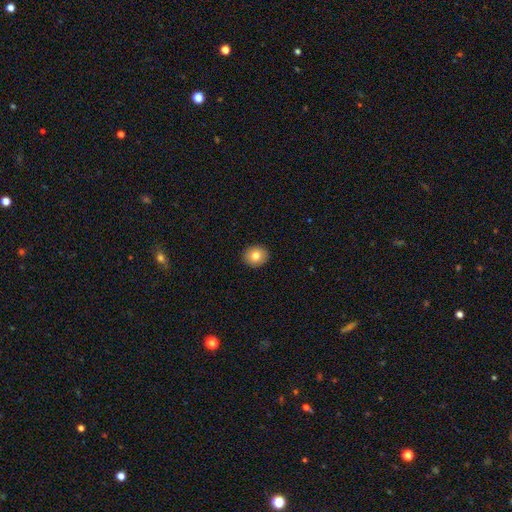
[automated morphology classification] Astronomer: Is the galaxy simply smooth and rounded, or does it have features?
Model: smooth — 79%.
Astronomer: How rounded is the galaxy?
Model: round — 80%.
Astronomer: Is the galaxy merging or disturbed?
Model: none — 92%.